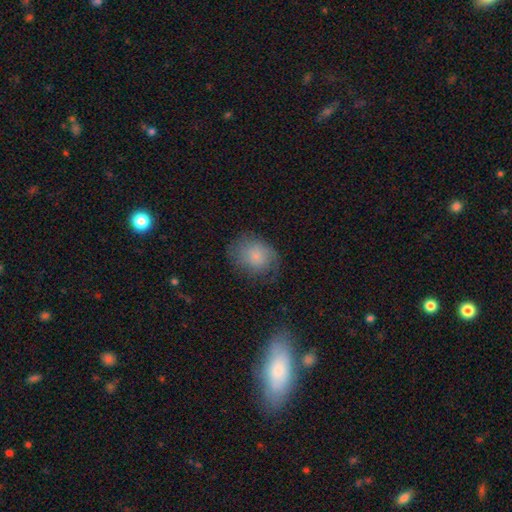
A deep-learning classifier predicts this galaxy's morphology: Smooth or featured? Predicted: smooth (p=0.70). How rounded? Predicted: round (p=0.52). Merging? Predicted: none (p=0.63).